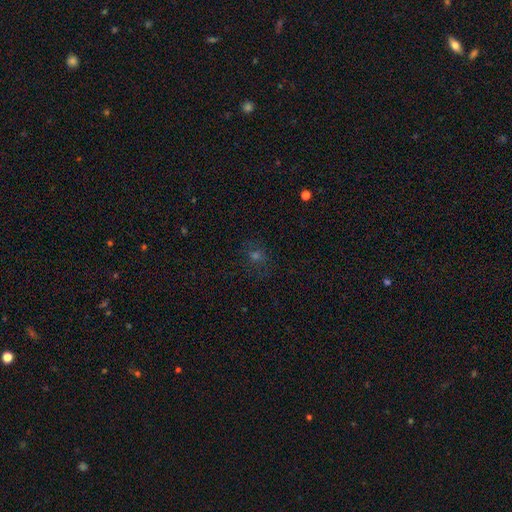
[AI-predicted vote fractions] Smooth or featured? smooth (44%)
Merging? none (80%)